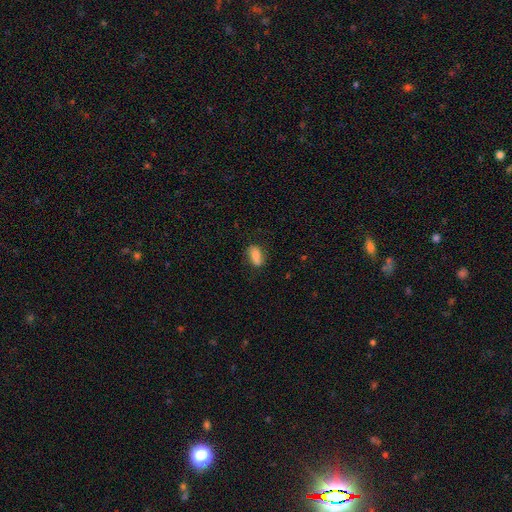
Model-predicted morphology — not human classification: Q: Smooth or featured?
A: smooth (74%); runner-up: featured or disk (18%)
Q: How rounded?
A: in between (85%); runner-up: cigar-shaped (8%)
Q: Merging?
A: none (77%); runner-up: minor disturbance (18%)